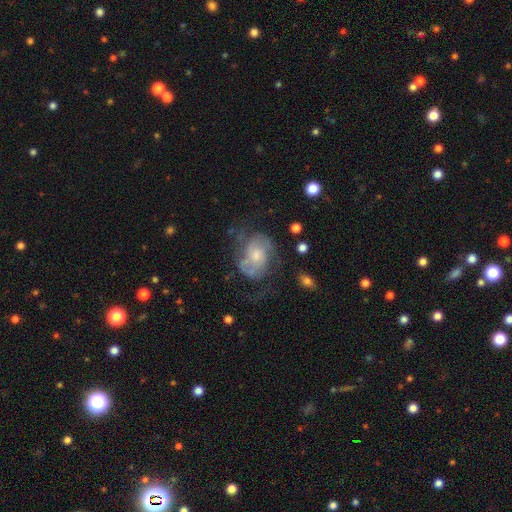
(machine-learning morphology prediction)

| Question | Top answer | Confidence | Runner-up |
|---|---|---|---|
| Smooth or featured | featured or disk | 71% | smooth (22%) |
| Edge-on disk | no | 97% | yes (3%) |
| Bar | no | 69% | weak (27%) |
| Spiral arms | yes | 82% | no (18%) |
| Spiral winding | medium | 45% | tight (30%) |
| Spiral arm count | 2 | 61% | can't tell (22%) |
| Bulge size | moderate | 47% | small (35%) |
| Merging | none | 46% | major disturbance (28%) |